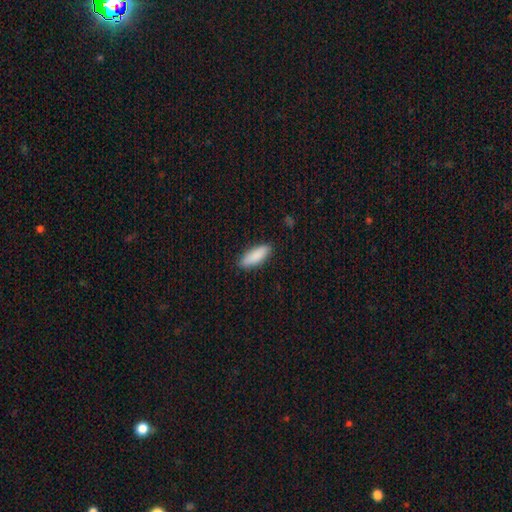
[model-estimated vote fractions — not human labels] Q: Smooth or featured?
A: smooth (89%); runner-up: star or artifact (6%)
Q: How rounded?
A: in between (63%); runner-up: cigar-shaped (35%)
Q: Merging?
A: none (87%); runner-up: minor disturbance (10%)